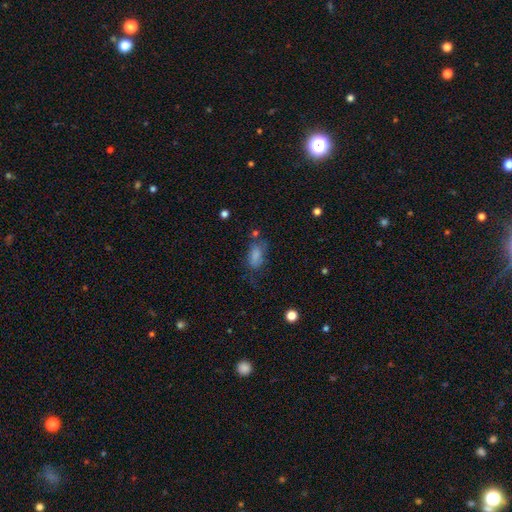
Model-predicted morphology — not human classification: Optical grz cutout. It shows a smooth galaxy with no disk features (79%) that is in between round and cigar-shaped (87%). Merging: none (48%).